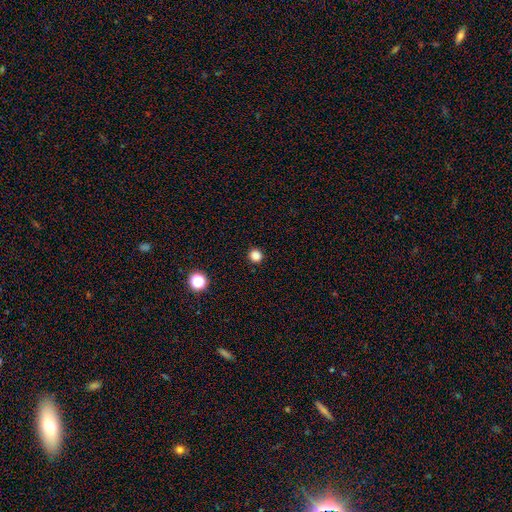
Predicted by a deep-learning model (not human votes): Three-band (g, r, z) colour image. It shows a smooth galaxy with no disk features (84%) that is round (93%). Merging: none (92%).